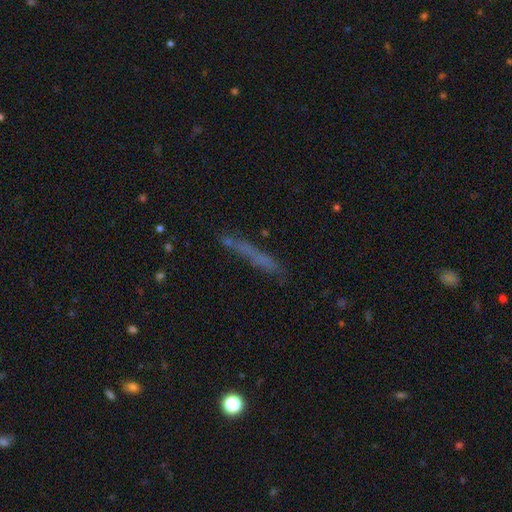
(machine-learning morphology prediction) The model was most divided on "smooth or featured": smooth: 52%, featured or disk: 32%, star or artifact: 16%. More confident: how rounded — cigar-shaped (92%); merging — none (69%).